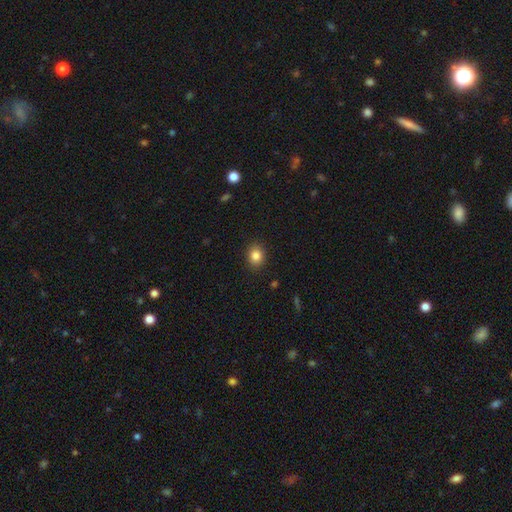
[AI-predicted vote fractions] Smooth or featured: smooth — 85% (star or artifact — 10%)
How rounded: round — 58% (in between — 41%)
Merging: none — 89% (minor disturbance — 8%)